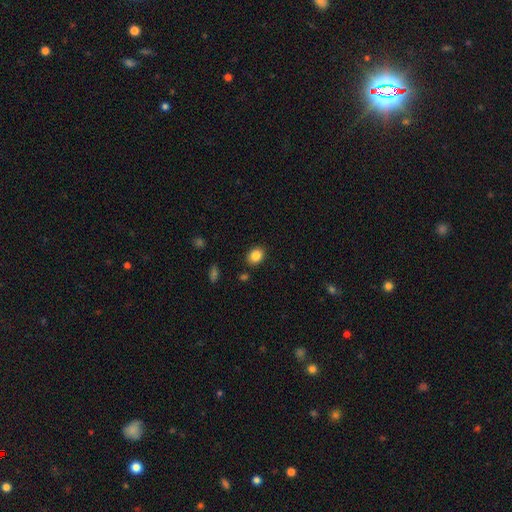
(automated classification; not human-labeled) Smooth or featured: smooth — 86% (star or artifact — 9%)
How rounded: in between — 51% (round — 48%)
Merging: none — 87% (minor disturbance — 8%)